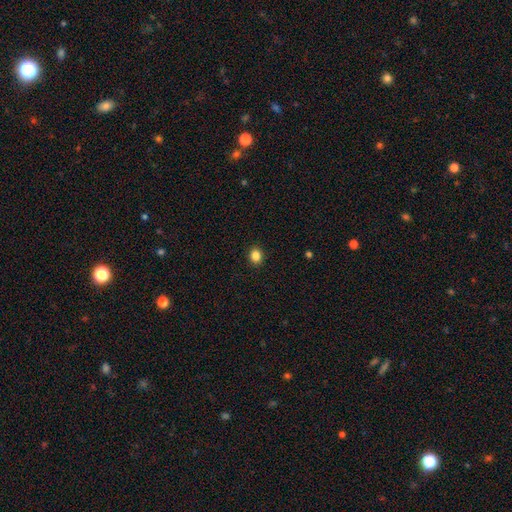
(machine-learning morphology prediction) Smooth or featured? Predicted: smooth (p=0.85). How rounded? Predicted: round (p=0.65). Merging? Predicted: none (p=0.91).